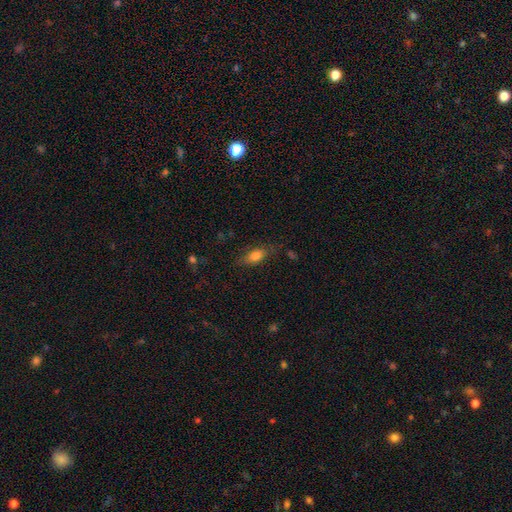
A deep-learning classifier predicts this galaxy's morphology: The model was most divided on "merging": none: 71%, minor disturbance: 20%, major disturbance: 7%, merger: 2%. More confident: how rounded — in between (82%); smooth or featured — smooth (78%).